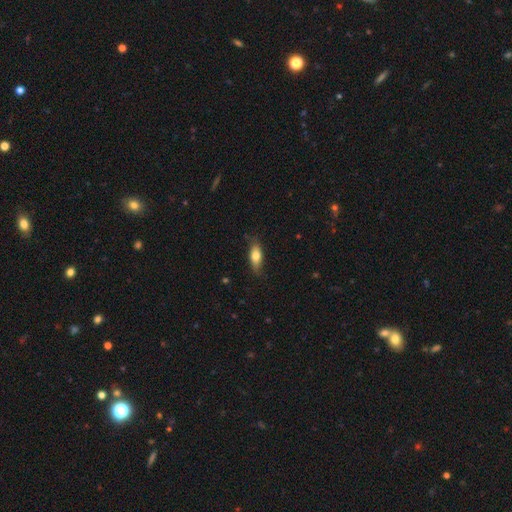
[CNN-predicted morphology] Smooth or featured?
  - smooth: 74% *
  - featured or disk: 19%
  - star or artifact: 6%
How rounded?
  - in between: 73% *
  - cigar-shaped: 24%
  - round: 3%
Merging?
  - none: 76% *
  - minor disturbance: 19%
  - major disturbance: 3%
  - merger: 1%